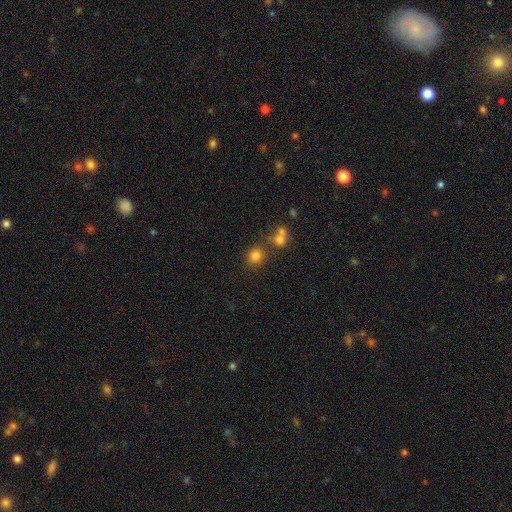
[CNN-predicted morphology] smooth-or-featured: smooth: 79% | star or artifact: 14% | featured or disk: 7%
  how-rounded: round: 83% | in between: 16% | cigar-shaped: 1%
  merging: none: 70% | merger: 17% | minor disturbance: 9% | major disturbance: 4%